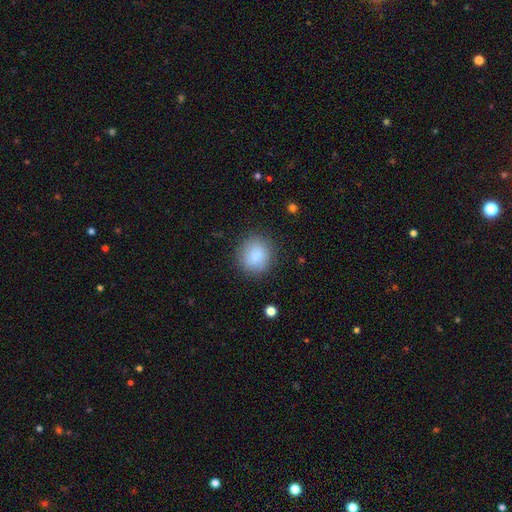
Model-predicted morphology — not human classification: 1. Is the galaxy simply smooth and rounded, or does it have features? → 86% smooth, 8% star or artifact, 6% featured or disk.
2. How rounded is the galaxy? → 84% round, 15% in between, 1% cigar-shaped.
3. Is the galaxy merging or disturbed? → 83% none, 11% minor disturbance, 4% major disturbance, 1% merger.